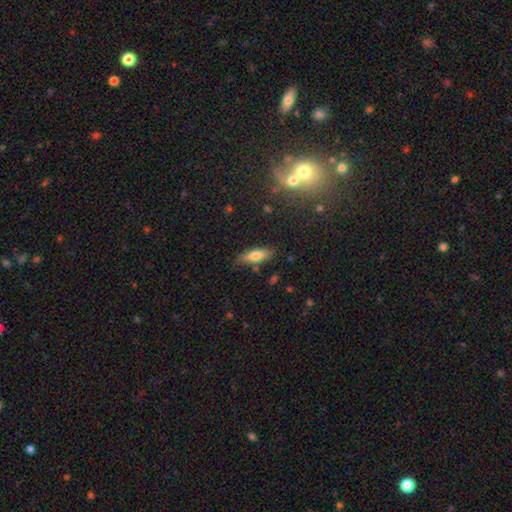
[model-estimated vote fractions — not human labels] smooth-or-featured: smooth: 70% | featured or disk: 22% | star or artifact: 8%
  how-rounded: in between: 58% | cigar-shaped: 39% | round: 2%
  merging: none: 81% | minor disturbance: 13% | major disturbance: 3% | merger: 3%